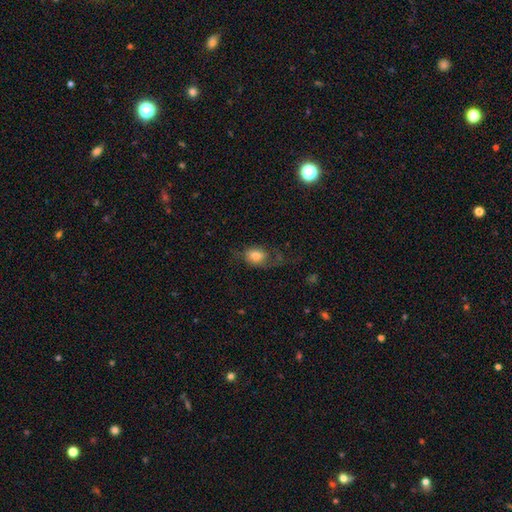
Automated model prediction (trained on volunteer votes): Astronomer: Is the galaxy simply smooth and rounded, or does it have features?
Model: smooth — 62%.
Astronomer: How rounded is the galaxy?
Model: in between — 68%.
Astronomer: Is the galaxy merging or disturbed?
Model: none — 42% (runner-up: major disturbance, 34%).